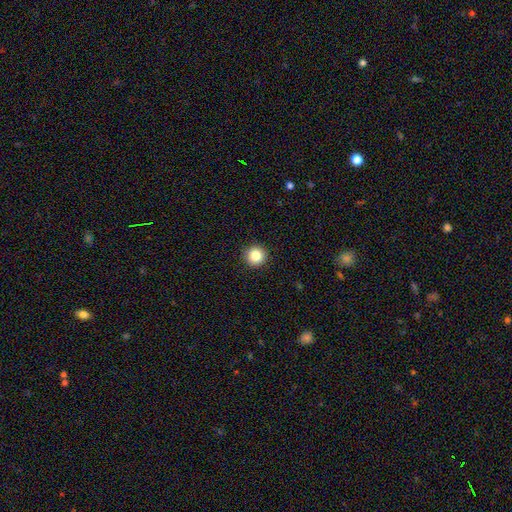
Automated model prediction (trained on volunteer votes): A smooth galaxy with no disk features (85%) that is round (95%). Merging: none (93%).